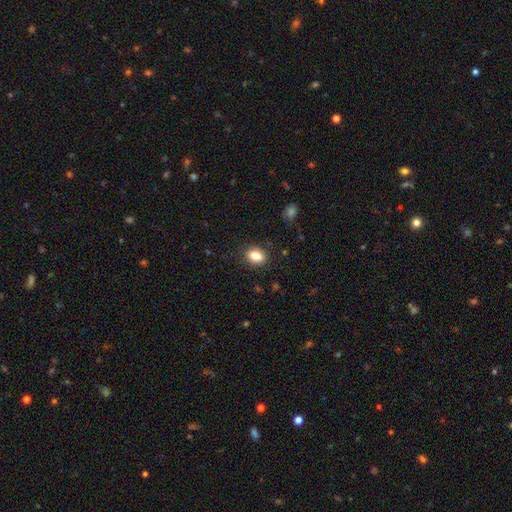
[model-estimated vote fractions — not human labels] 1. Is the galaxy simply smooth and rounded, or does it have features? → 84% smooth, 9% star or artifact, 7% featured or disk.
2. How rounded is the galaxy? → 67% in between, 32% round, 1% cigar-shaped.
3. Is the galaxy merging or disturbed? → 86% none, 10% minor disturbance, 3% major disturbance, 1% merger.